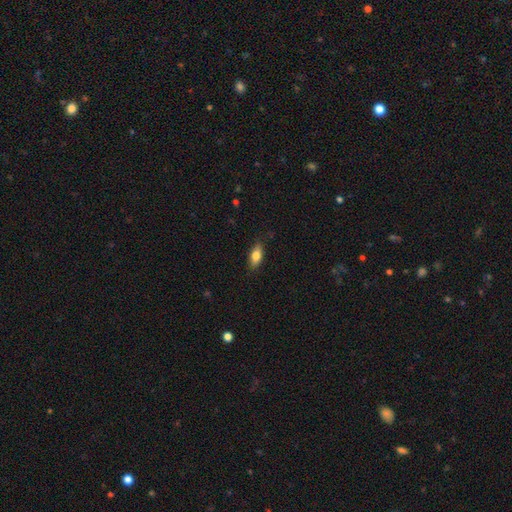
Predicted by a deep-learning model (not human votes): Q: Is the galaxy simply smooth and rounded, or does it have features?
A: smooth — 75%.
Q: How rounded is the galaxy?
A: in between — 80%.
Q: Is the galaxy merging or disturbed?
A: none — 83%.